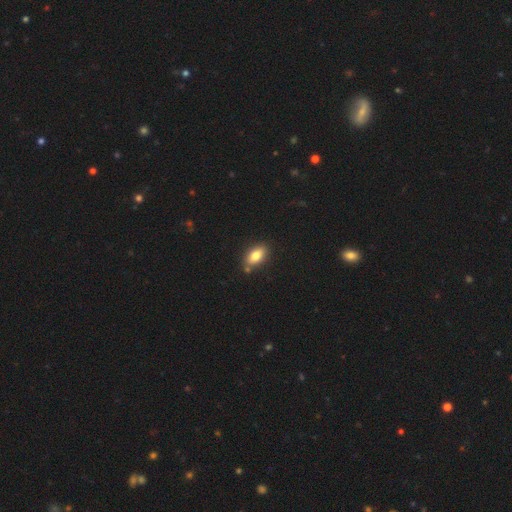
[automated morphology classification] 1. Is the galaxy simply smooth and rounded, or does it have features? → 81% smooth, 11% featured or disk, 8% star or artifact.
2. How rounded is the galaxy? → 90% in between, 5% round, 5% cigar-shaped.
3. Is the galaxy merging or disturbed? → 79% none, 12% minor disturbance, 6% merger, 3% major disturbance.